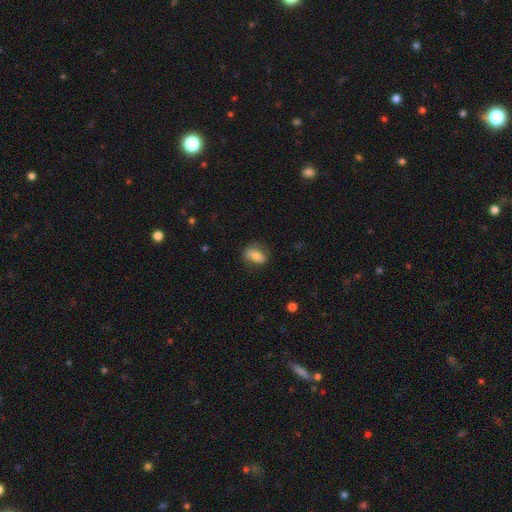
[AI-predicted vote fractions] smooth-or-featured: smooth: 74% | featured or disk: 18% | star or artifact: 8%
  how-rounded: in between: 83% | round: 13% | cigar-shaped: 5%
  merging: none: 73% | minor disturbance: 19% | major disturbance: 6% | merger: 1%